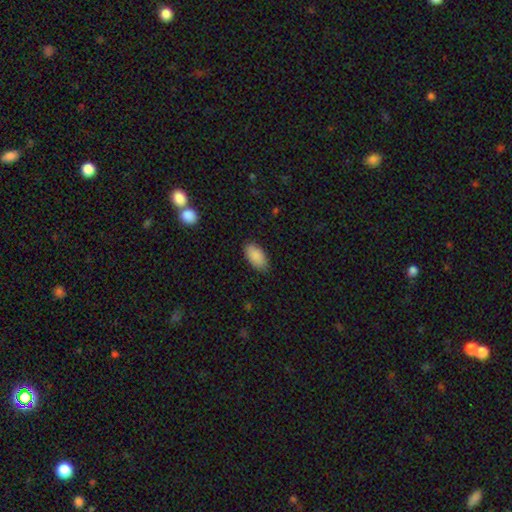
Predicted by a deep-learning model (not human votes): Smooth or featured? smooth (89%)
How rounded? in between (94%)
Merging? none (85%)